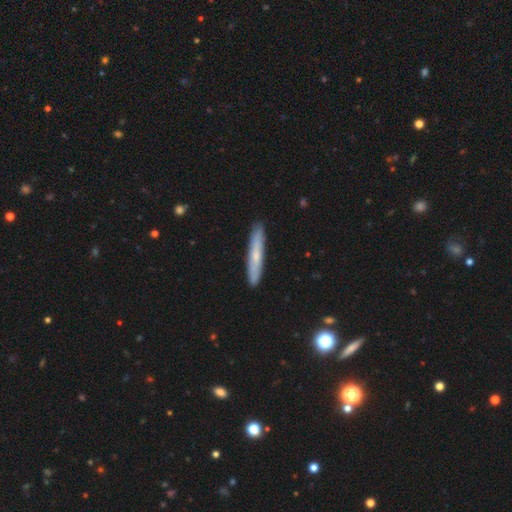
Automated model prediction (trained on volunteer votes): A smooth galaxy with no disk features (54%) that is cigar-shaped (93%).

Vote fractions:
- Smooth or featured? smooth: 54% / featured or disk: 40% / star or artifact: 6%
- How rounded? cigar-shaped: 93% / in between: 5% / round: 1%
- Merging? none: 89% / minor disturbance: 8% / major disturbance: 1% / merger: 1%